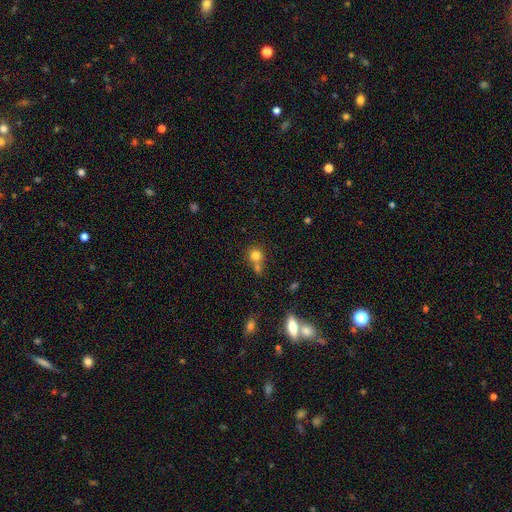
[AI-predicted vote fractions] smooth 78%, star or artifact 13%, featured or disk 9%. Down the decision tree: how rounded — round (86%); merging — none (46%).